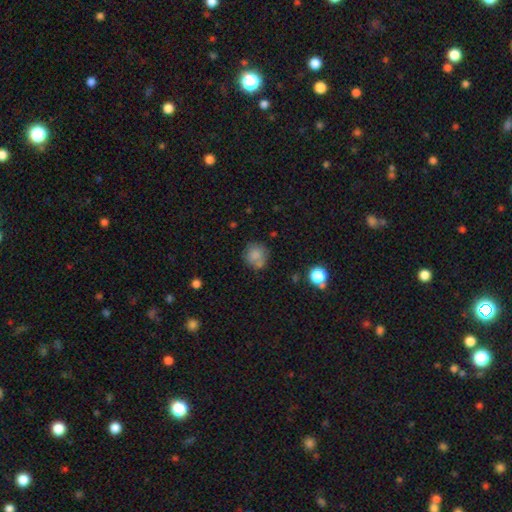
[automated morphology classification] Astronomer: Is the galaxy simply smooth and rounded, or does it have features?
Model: smooth — 78%.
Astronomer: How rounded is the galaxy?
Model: round — 87%.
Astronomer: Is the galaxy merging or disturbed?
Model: none — 63%.